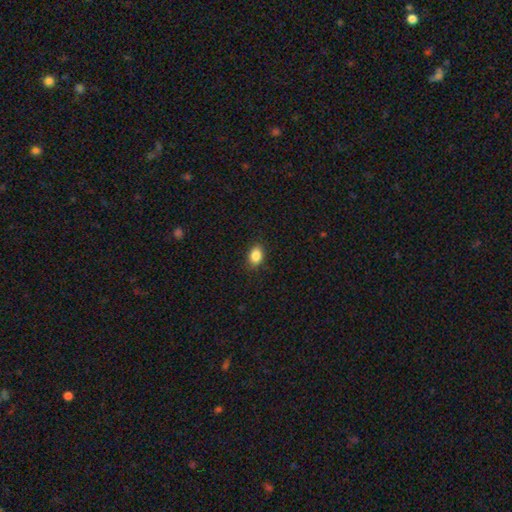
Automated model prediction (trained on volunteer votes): Overall: smooth (87%). How rounded: in between (81%). Merging: none (89%).